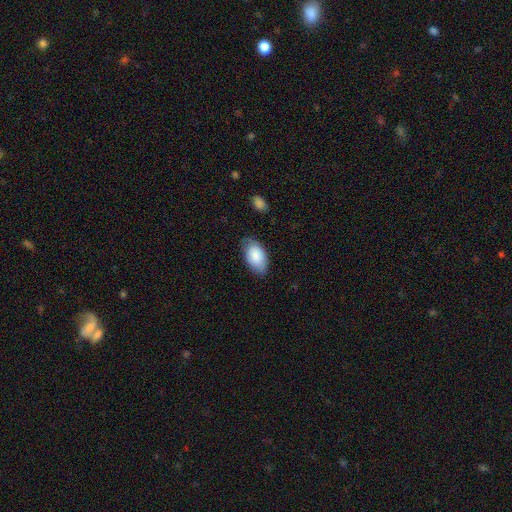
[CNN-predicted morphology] smooth 84%, featured or disk 10%, star or artifact 6%. Down the decision tree: how rounded — in between (94%); merging — none (74%).